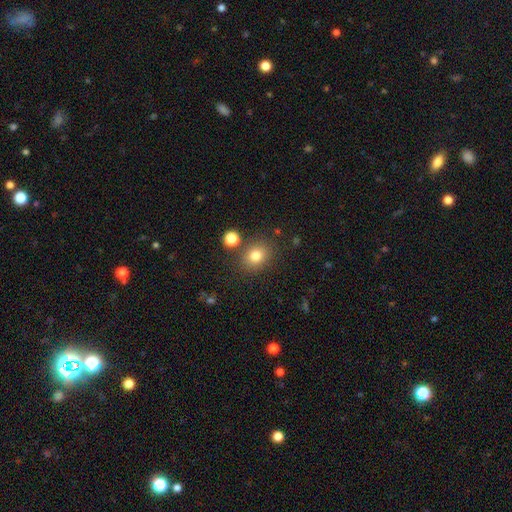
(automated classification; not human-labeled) Q: Smooth or featured?
A: smooth (79%); runner-up: star or artifact (13%)
Q: How rounded?
A: round (60%); runner-up: in between (39%)
Q: Merging?
A: none (80%); runner-up: minor disturbance (10%)